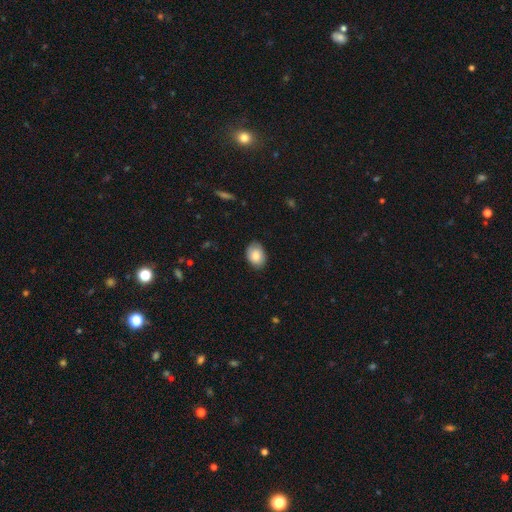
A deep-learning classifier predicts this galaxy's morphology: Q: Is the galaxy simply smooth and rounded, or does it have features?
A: smooth — 82%.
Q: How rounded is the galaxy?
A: in between — 75%.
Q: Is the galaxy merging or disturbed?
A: none — 83%.